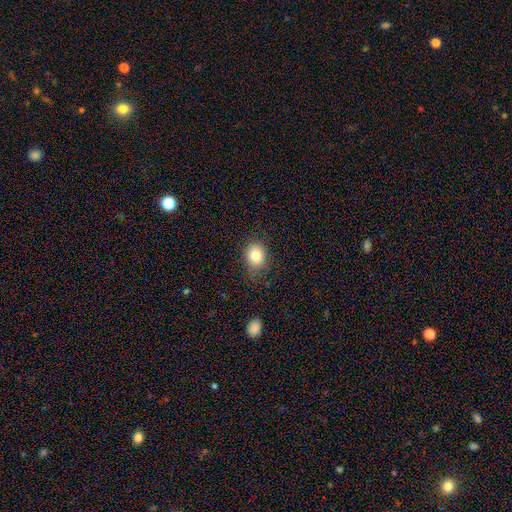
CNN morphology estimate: A smooth galaxy with no disk features (80%) that is in between round and cigar-shaped (51%).

Vote fractions:
- Smooth or featured? smooth: 80% / star or artifact: 10% / featured or disk: 9%
- How rounded? in between: 51% / round: 48% / cigar-shaped: 1%
- Merging? none: 79% / minor disturbance: 16% / major disturbance: 4% / merger: 1%